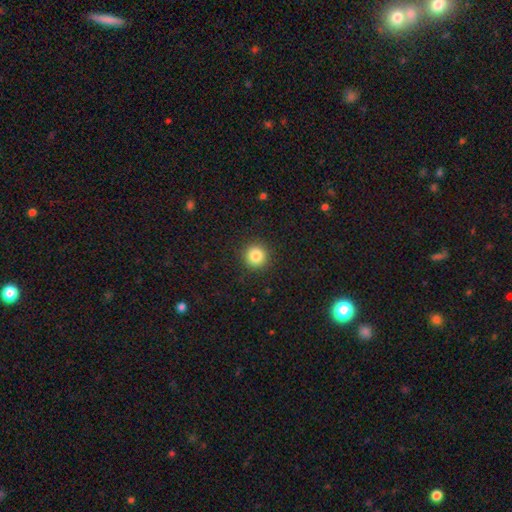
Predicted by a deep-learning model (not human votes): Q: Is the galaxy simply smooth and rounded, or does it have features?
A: smooth — 84%.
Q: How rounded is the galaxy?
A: round — 95%.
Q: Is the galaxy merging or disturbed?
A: none — 92%.